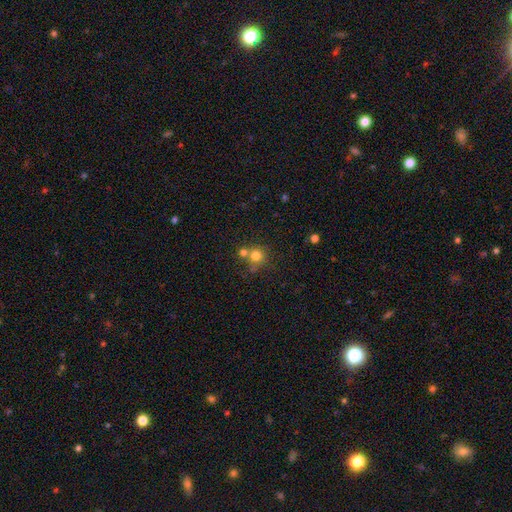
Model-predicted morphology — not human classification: Smooth or featured? smooth (75%)
How rounded? round (89%)
Merging? none (53%)